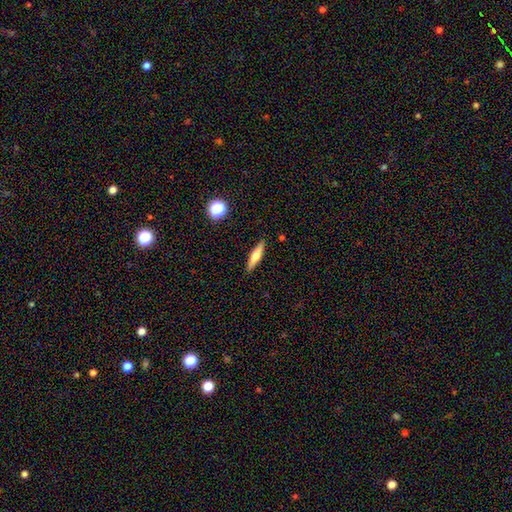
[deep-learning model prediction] Smooth or featured? Predicted: smooth (p=0.48). Merging? Predicted: none (p=0.90).